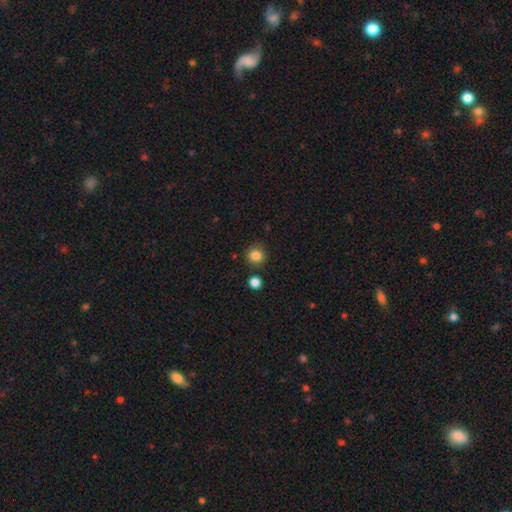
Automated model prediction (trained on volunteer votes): Smooth or featured? Predicted: smooth (p=0.84). How rounded? Predicted: round (p=0.89). Merging? Predicted: none (p=0.85).